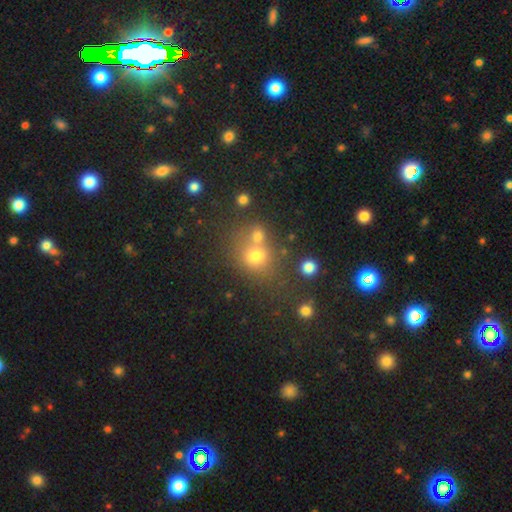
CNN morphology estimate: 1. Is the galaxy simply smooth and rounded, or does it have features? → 71% smooth, 18% star or artifact, 11% featured or disk.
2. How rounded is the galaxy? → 67% round, 31% in between, 1% cigar-shaped.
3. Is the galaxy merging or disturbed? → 51% none, 32% merger, 11% minor disturbance, 5% major disturbance.